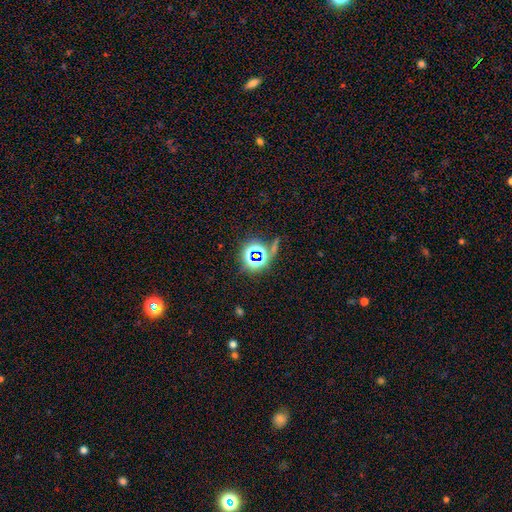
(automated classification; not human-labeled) Smooth or featured? Predicted: star or artifact (p=0.69).